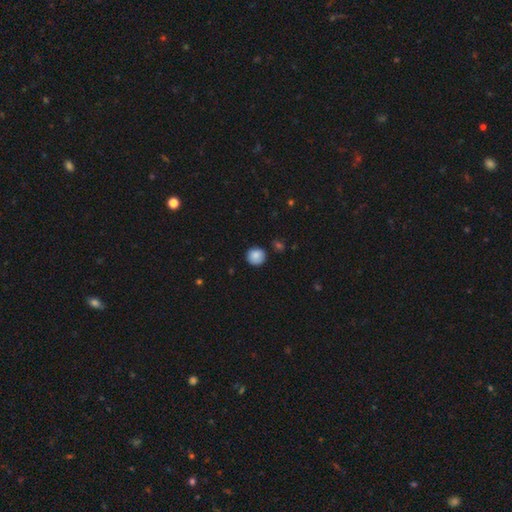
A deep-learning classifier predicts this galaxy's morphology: smooth-or-featured: smooth: 87% | star or artifact: 9% | featured or disk: 5%
  how-rounded: round: 91% | in between: 8% | cigar-shaped: 1%
  merging: none: 85% | minor disturbance: 11% | major disturbance: 2% | merger: 2%